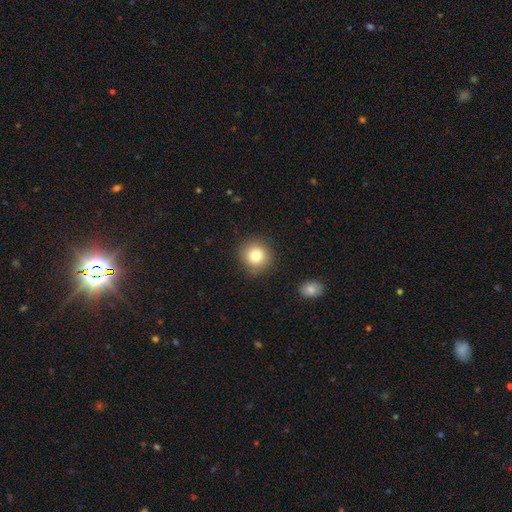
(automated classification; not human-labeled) This is clearly a smooth galaxy (80%). How rounded: clearly round (90%). Merging: clearly none (86%).